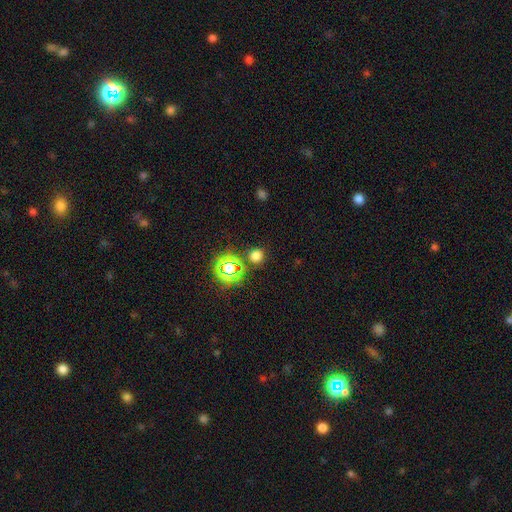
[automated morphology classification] Smooth or featured?
  - smooth: 64% *
  - star or artifact: 31%
  - featured or disk: 5%
How rounded?
  - round: 84% *
  - in between: 15%
  - cigar-shaped: 1%
Merging?
  - none: 84% *
  - minor disturbance: 8%
  - merger: 4%
  - major disturbance: 3%